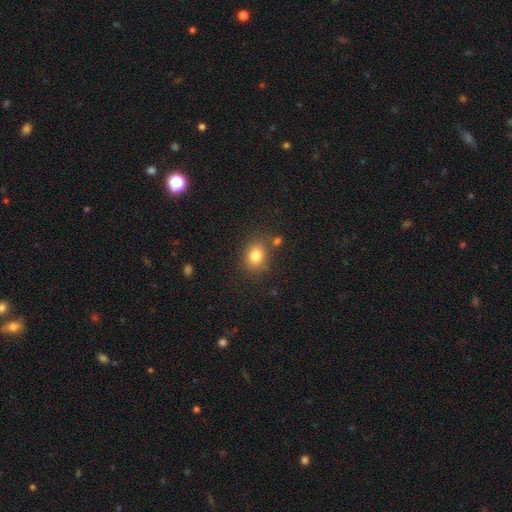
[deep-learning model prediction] Smooth or featured? smooth (81%)
How rounded? round (59%)
Merging? none (76%)